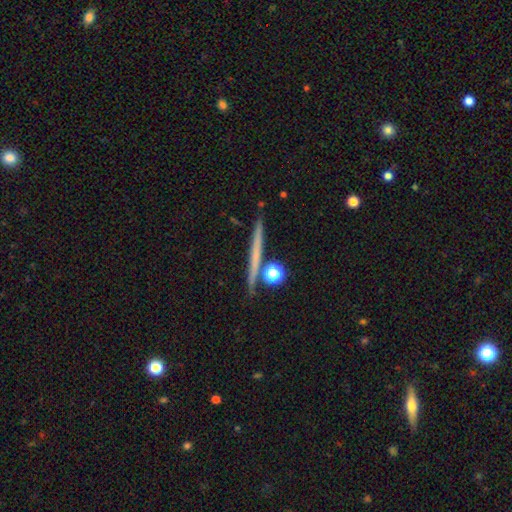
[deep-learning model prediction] A featured or disk galaxy (48%). Merging: none (86%).